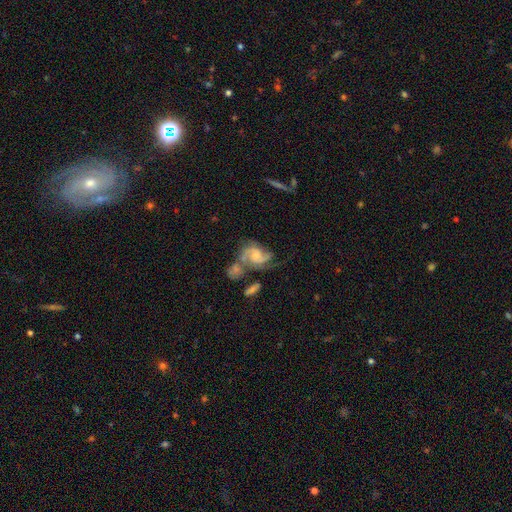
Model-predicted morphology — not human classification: smooth_or_featured: featured or disk (p=0.79) [alt: smooth p=0.14]
disk_edge_on: no (p=0.98) [alt: yes p=0.02]
bar: no (p=0.59) [alt: weak p=0.34]
has_spiral_arms: yes (p=0.94) [alt: no p=0.06]
spiral_winding: medium (p=0.51) [alt: loose p=0.29]
spiral_arm_count: 2 (p=0.73) [alt: 3 p=0.09]
bulge_size: small (p=0.37) [alt: moderate p=0.33]
merging: merger (p=0.34) [alt: none p=0.32]